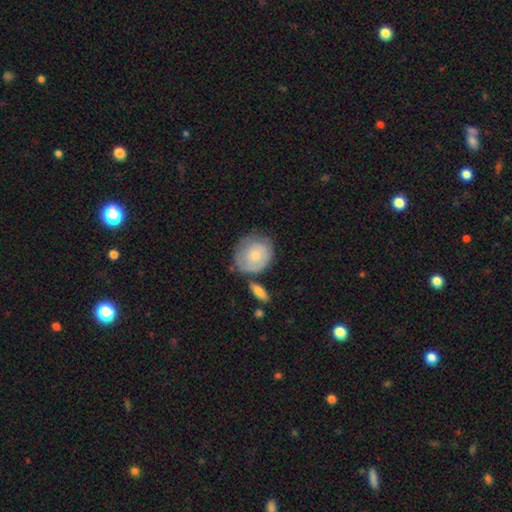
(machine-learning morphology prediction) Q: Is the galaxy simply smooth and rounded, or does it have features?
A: smooth — 67%.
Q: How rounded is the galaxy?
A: round — 74%.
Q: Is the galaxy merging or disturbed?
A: none — 57%.